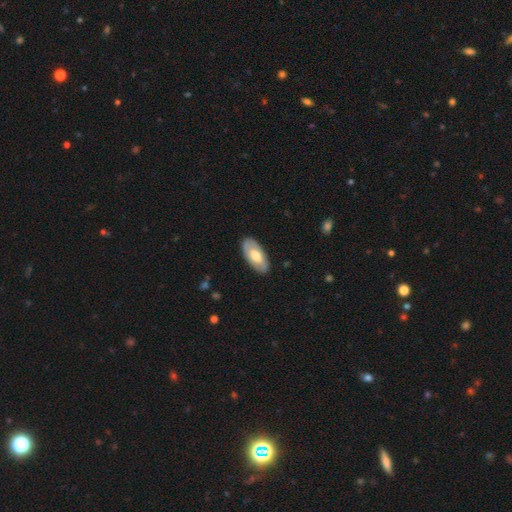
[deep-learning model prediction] Smooth or featured? smooth (55%)
How rounded? in between (92%)
Merging? none (85%)